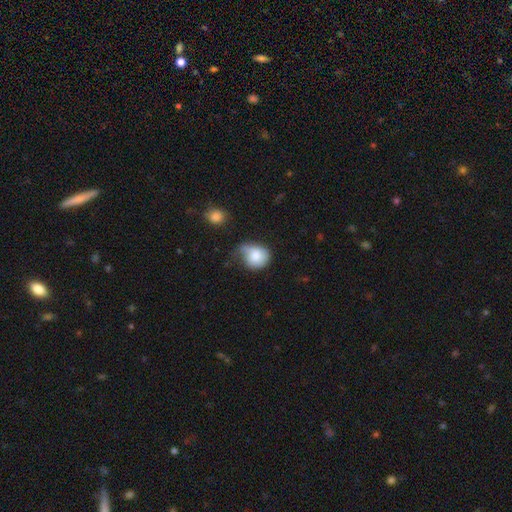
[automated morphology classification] Overall: smooth (70%). How rounded: round (66%; in between 33%). Merging: minor disturbance (40%; none 31%).